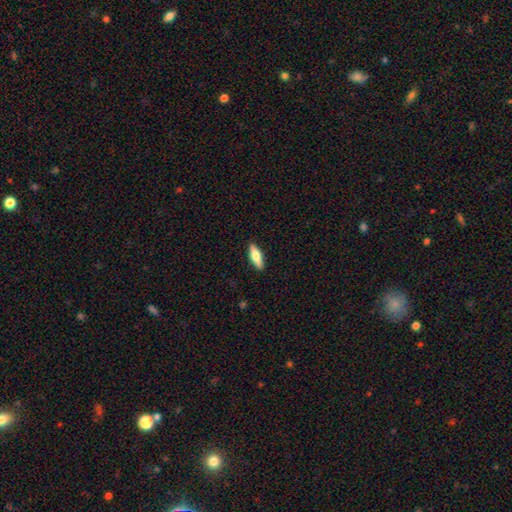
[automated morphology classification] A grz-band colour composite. It shows a smooth galaxy with no disk features (59%) that is in between round and cigar-shaped (49%). Merging: none (89%).